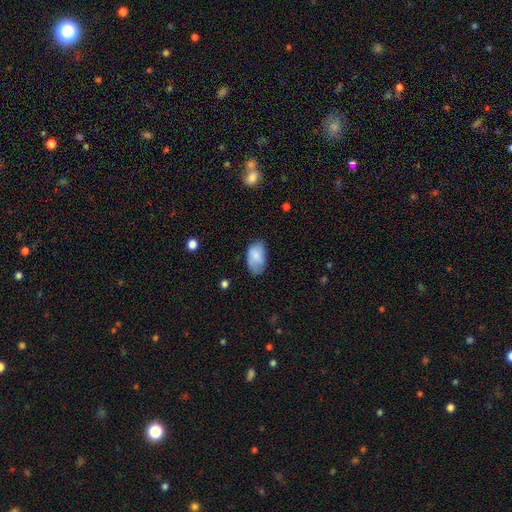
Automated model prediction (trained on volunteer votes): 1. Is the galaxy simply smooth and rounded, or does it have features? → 81% smooth, 12% featured or disk, 7% star or artifact.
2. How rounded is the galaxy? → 93% in between, 5% round, 1% cigar-shaped.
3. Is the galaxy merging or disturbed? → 61% none, 30% minor disturbance, 7% major disturbance, 2% merger.